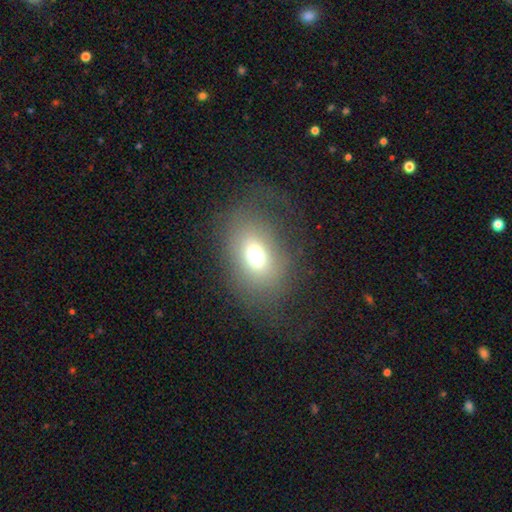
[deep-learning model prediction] smooth-or-featured: smooth: 68% | star or artifact: 17% | featured or disk: 15%
  how-rounded: in between: 63% | round: 35% | cigar-shaped: 1%
  merging: none: 69% | major disturbance: 16% | minor disturbance: 14% | merger: 2%